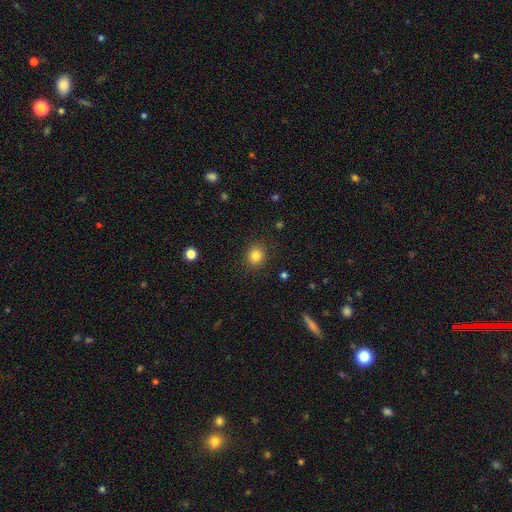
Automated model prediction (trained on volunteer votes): smooth-or-featured: smooth: 83% | star or artifact: 11% | featured or disk: 5%
  how-rounded: round: 82% | in between: 17% | cigar-shaped: 1%
  merging: none: 89% | minor disturbance: 7% | major disturbance: 3% | merger: 1%